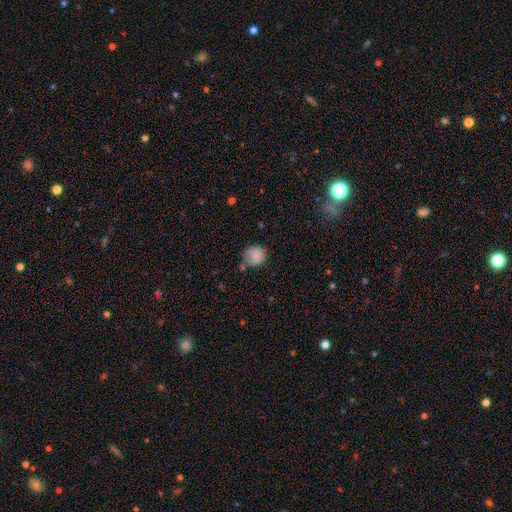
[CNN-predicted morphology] Smooth or featured? smooth (83%)
How rounded? round (83%)
Merging? none (62%)